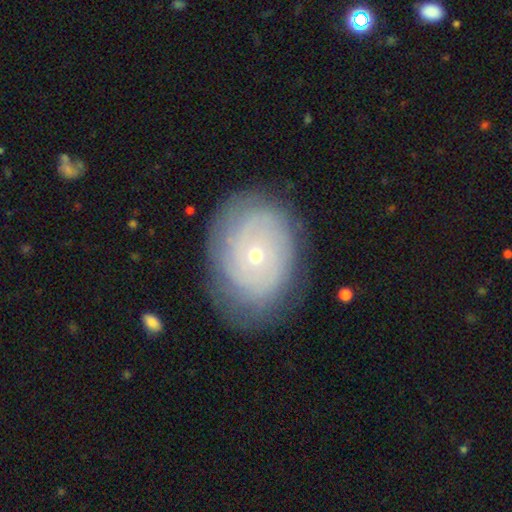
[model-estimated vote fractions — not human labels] Q: Smooth or featured?
A: featured or disk (75%); runner-up: smooth (18%)
Q: Edge-on disk?
A: no (96%); runner-up: yes (4%)
Q: Bar?
A: no (84%); runner-up: weak (13%)
Q: Spiral arms?
A: yes (88%); runner-up: no (12%)
Q: Spiral winding?
A: tight (79%); runner-up: medium (16%)
Q: Spiral arm count?
A: can't tell (48%); runner-up: 2 (14%)
Q: Bulge size?
A: small (73%); runner-up: moderate (24%)
Q: Merging?
A: none (78%); runner-up: minor disturbance (16%)